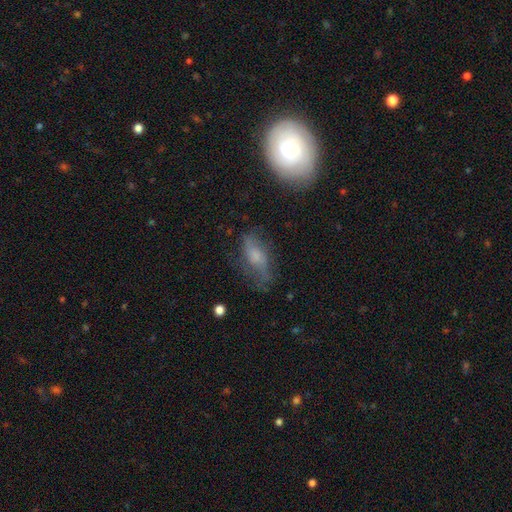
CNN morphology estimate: Smooth or featured? featured or disk (45%)
Merging? none (56%)